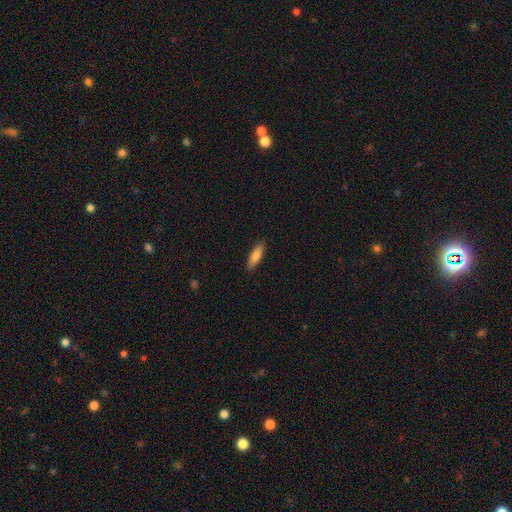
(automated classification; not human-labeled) This is likely a smooth galaxy (79%). How rounded: possibly cigar-shaped (53%). Merging: clearly none (89%).